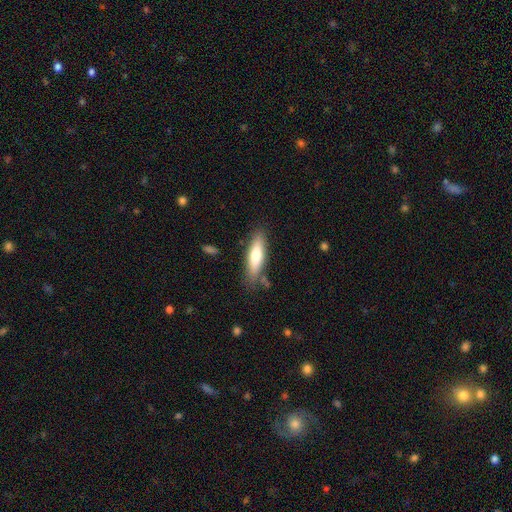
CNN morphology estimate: Smooth or featured?
  - smooth: 68% *
  - featured or disk: 26%
  - star or artifact: 5%
How rounded?
  - cigar-shaped: 61% *
  - in between: 38%
  - round: 2%
Merging?
  - none: 80% *
  - minor disturbance: 14%
  - merger: 3%
  - major disturbance: 3%